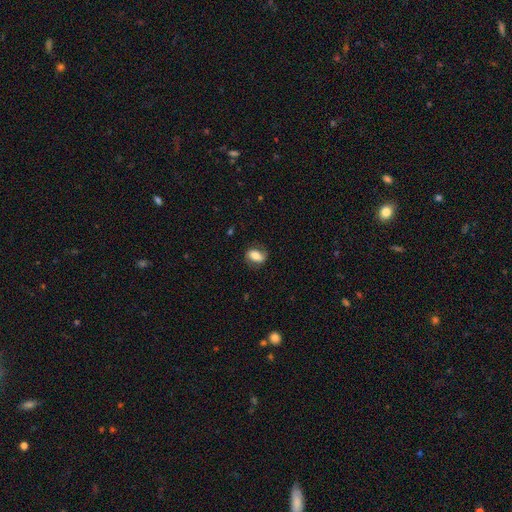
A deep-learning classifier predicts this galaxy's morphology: Q: Smooth or featured?
A: smooth (54%); runner-up: featured or disk (38%)
Q: How rounded?
A: in between (80%); runner-up: round (17%)
Q: Merging?
A: none (74%); runner-up: minor disturbance (18%)